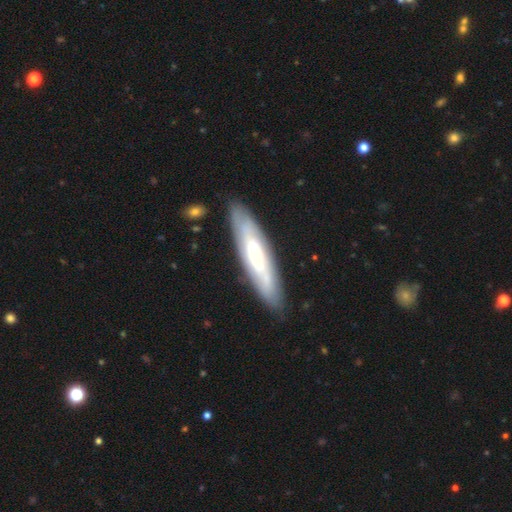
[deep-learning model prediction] Smooth or featured? Predicted: featured or disk (p=0.60). Edge-on disk? Predicted: no (p=0.58). Merging? Predicted: none (p=0.83).